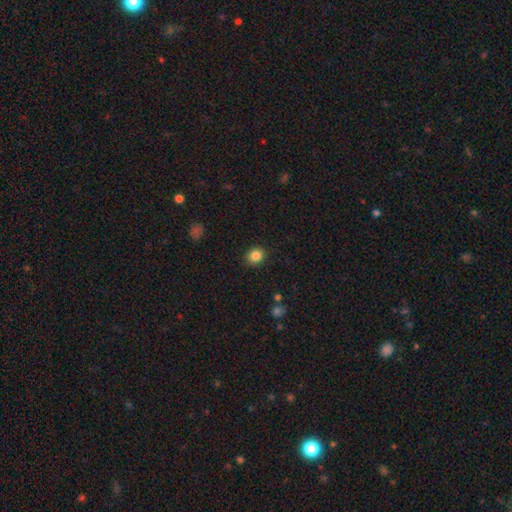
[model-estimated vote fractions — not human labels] This is clearly a smooth galaxy (85%). How rounded: likely round (74%). Merging: clearly none (90%).